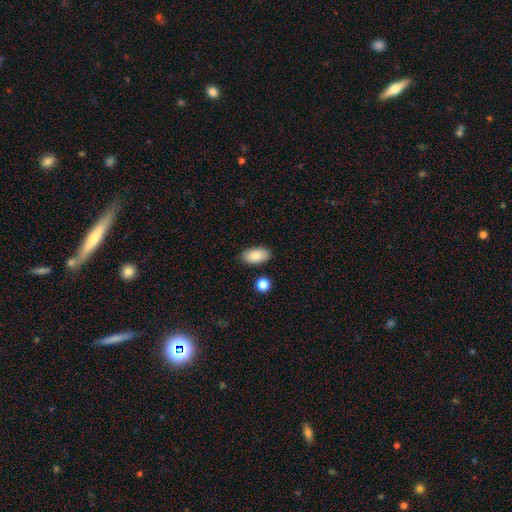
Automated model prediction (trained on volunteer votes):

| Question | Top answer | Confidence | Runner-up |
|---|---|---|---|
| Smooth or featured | smooth | 88% | star or artifact (7%) |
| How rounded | in between | 94% | round (3%) |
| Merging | none | 86% | minor disturbance (9%) |